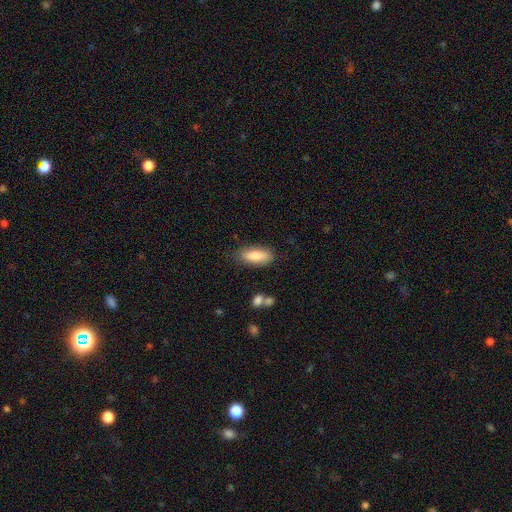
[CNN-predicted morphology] Q: Smooth or featured?
A: smooth (83%); runner-up: featured or disk (10%)
Q: How rounded?
A: in between (67%); runner-up: cigar-shaped (31%)
Q: Merging?
A: none (79%); runner-up: minor disturbance (15%)